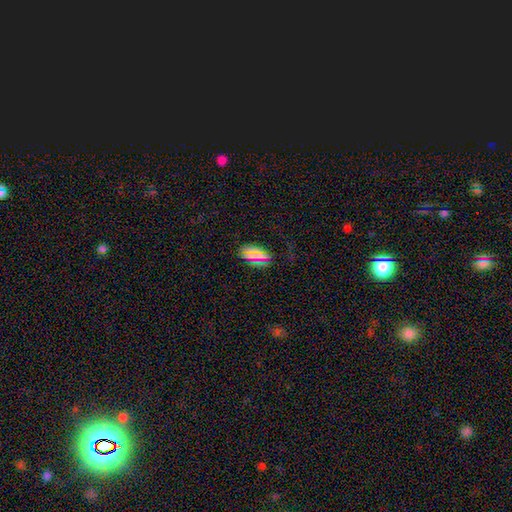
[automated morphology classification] type=smooth (68%); roundness=in between (86%); merging=none (75%).